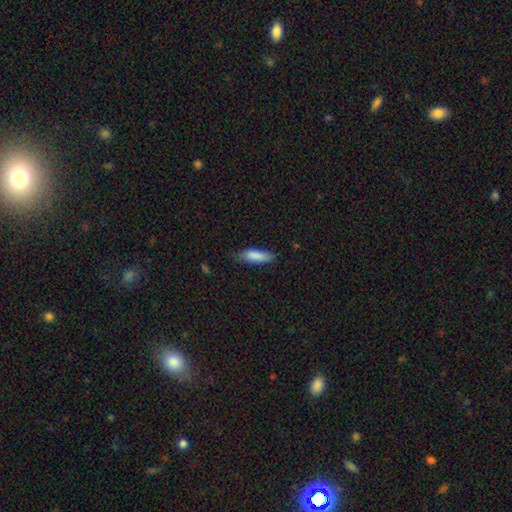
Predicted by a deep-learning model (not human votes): A smooth galaxy with no disk features (86%) that is cigar-shaped (50%). Merging: none (72%).